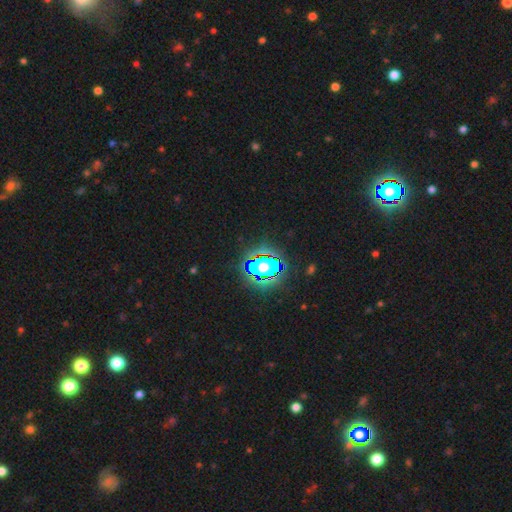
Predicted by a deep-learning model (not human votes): smooth-or-featured: star or artifact: 70% | smooth: 20% | featured or disk: 10%